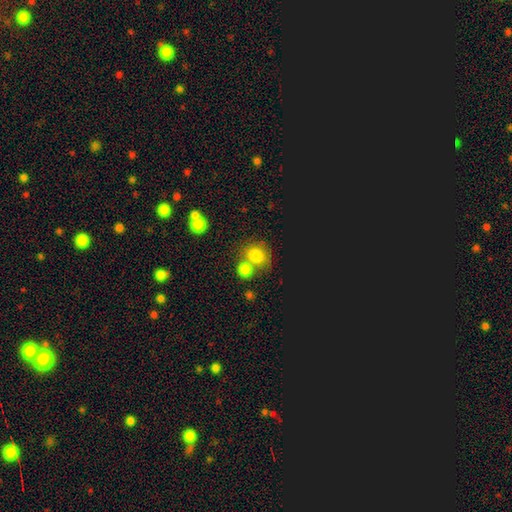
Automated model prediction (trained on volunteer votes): A smooth galaxy with no disk features (76%) that is round (74%). Merging: none (50%).